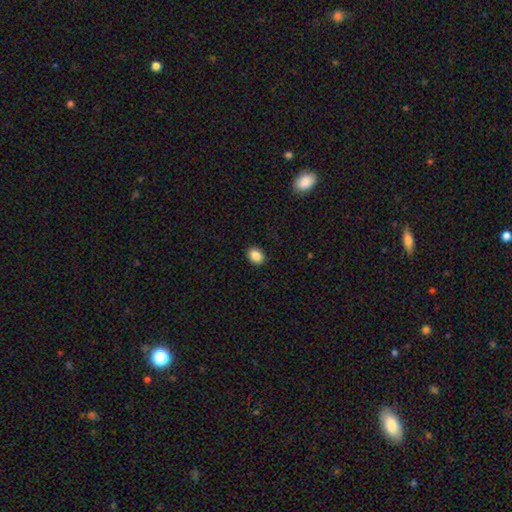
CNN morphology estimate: Smooth or featured: smooth — 87% (star or artifact — 9%)
How rounded: in between — 66% (round — 33%)
Merging: none — 90% (minor disturbance — 7%)